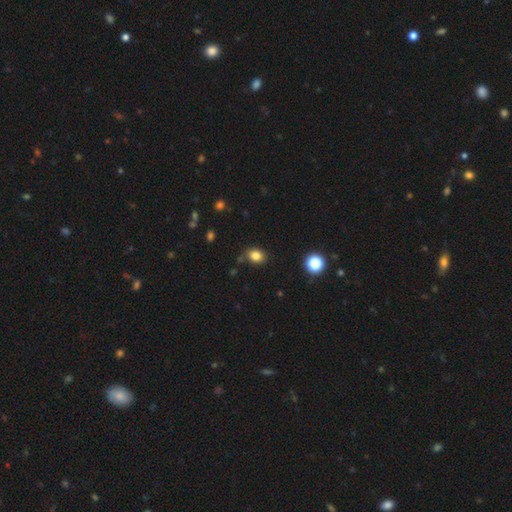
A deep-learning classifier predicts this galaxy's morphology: Smooth or featured?
  - smooth: 82% *
  - star or artifact: 12%
  - featured or disk: 6%
How rounded?
  - in between: 53% *
  - round: 46%
  - cigar-shaped: 1%
Merging?
  - none: 80% *
  - minor disturbance: 13%
  - merger: 4%
  - major disturbance: 3%